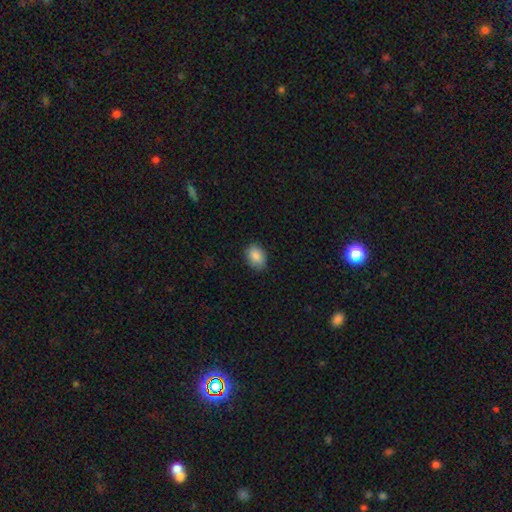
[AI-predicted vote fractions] smooth-or-featured: smooth: 87% | star or artifact: 8% | featured or disk: 6%
  how-rounded: in between: 77% | round: 22% | cigar-shaped: 1%
  merging: none: 83% | minor disturbance: 14% | major disturbance: 3% | merger: 1%